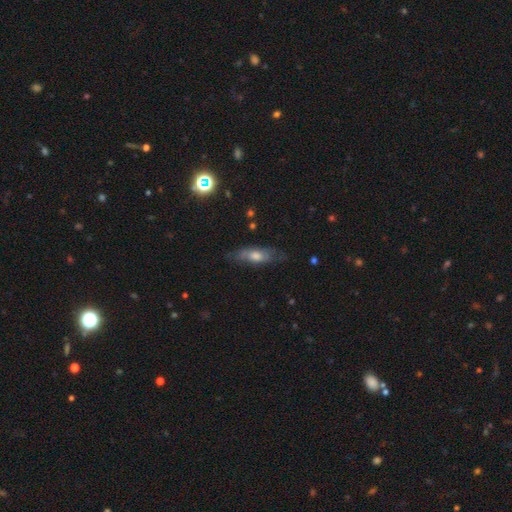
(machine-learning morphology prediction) This appears to be a featured or disk galaxy (48%). Merging: none (72%).